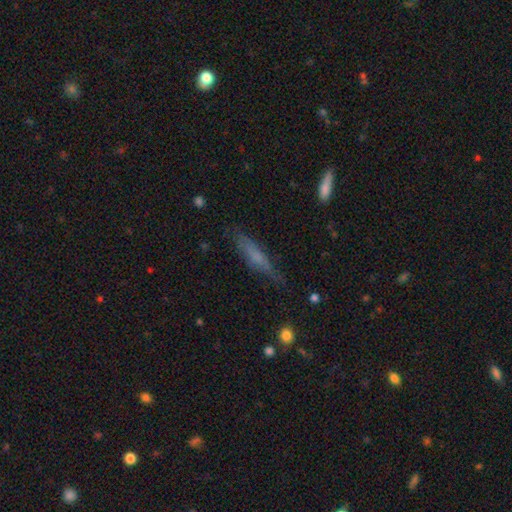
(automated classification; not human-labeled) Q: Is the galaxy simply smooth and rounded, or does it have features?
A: smooth — 49%.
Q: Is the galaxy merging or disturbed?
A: none — 70%.